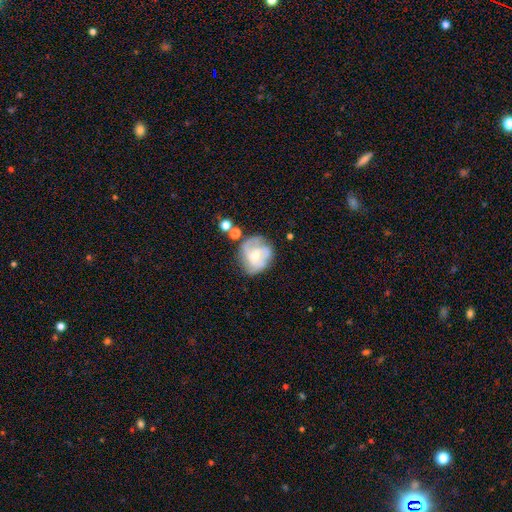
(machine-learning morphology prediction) Q: Smooth or featured?
A: featured or disk (65%); runner-up: smooth (27%)
Q: Edge-on disk?
A: no (97%); runner-up: yes (3%)
Q: Bar?
A: no (54%); runner-up: weak (37%)
Q: Spiral arms?
A: yes (75%); runner-up: no (25%)
Q: Bulge size?
A: small (49%); runner-up: moderate (44%)
Q: Merging?
A: none (49%); runner-up: minor disturbance (26%)